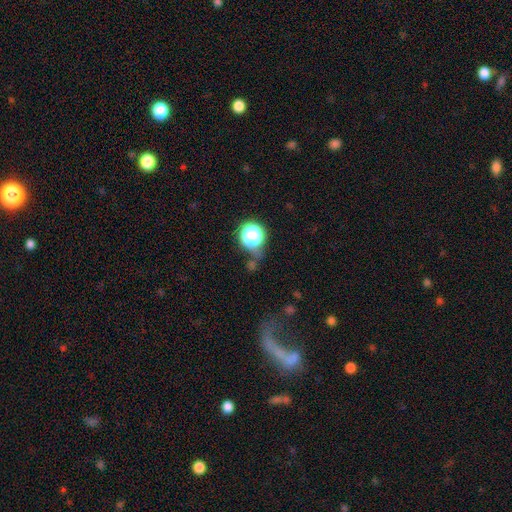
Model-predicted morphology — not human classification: A smooth galaxy with no disk features (38%).

Vote fractions:
- Smooth or featured? smooth: 38% / star or artifact: 37% / featured or disk: 25%
- Merging? none: 49% / major disturbance: 22% / merger: 17% / minor disturbance: 11%